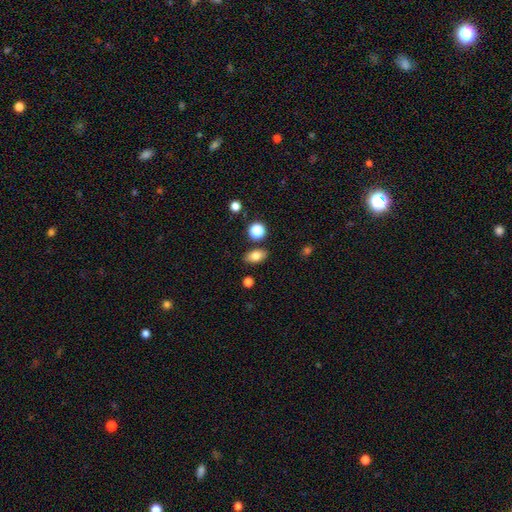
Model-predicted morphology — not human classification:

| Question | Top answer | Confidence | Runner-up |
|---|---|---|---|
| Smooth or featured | smooth | 78% | featured or disk (12%) |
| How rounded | in between | 85% | round (12%) |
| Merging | none | 84% | minor disturbance (9%) |